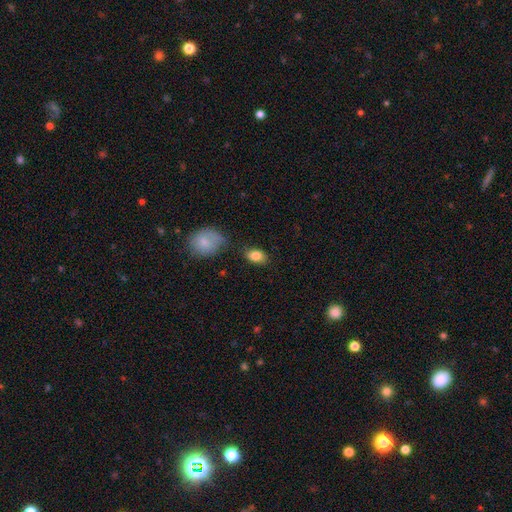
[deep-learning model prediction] The model was most divided on "merging": none: 76%, minor disturbance: 15%, merger: 5%, major disturbance: 4%. More confident: smooth or featured — smooth (85%); how rounded — in between (82%).